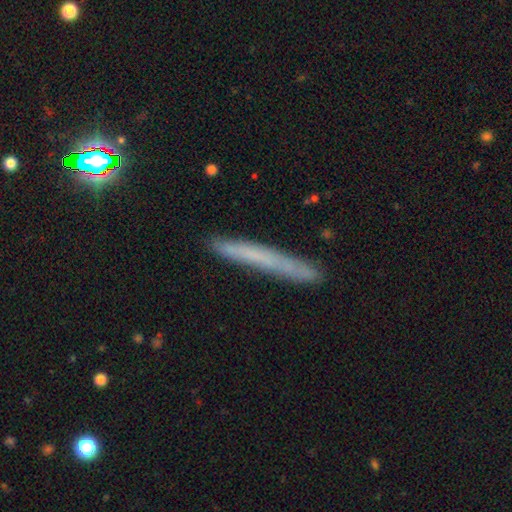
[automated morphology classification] smooth-or-featured: smooth: 53% | featured or disk: 35% | star or artifact: 12%
  how-rounded: cigar-shaped: 96% | in between: 2% | round: 1%
  merging: none: 84% | minor disturbance: 12% | major disturbance: 2% | merger: 2%